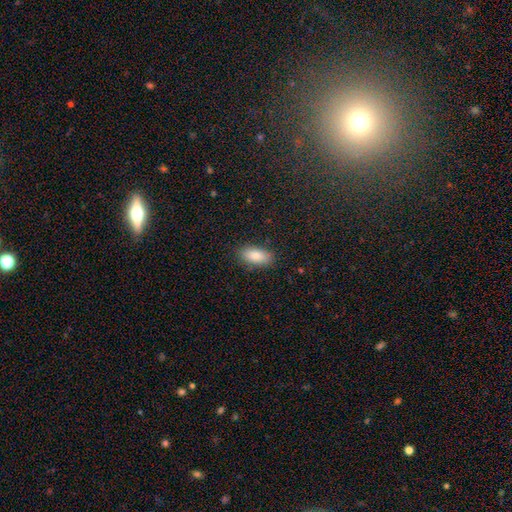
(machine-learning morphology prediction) Smooth or featured?
  - smooth: 86% *
  - star or artifact: 7%
  - featured or disk: 7%
How rounded?
  - in between: 90% *
  - cigar-shaped: 7%
  - round: 3%
Merging?
  - none: 86% *
  - minor disturbance: 11%
  - major disturbance: 3%
  - merger: 1%